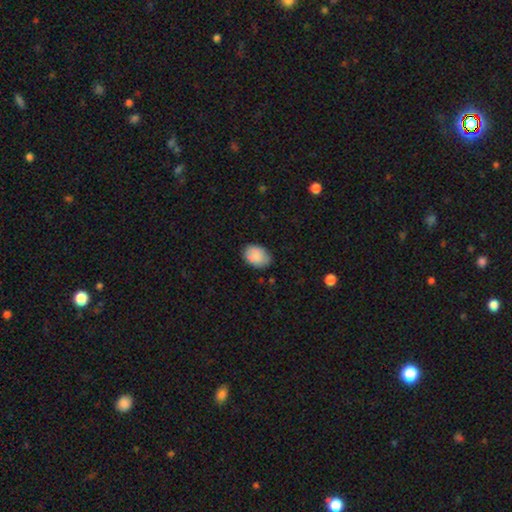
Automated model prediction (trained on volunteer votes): The model was most divided on "how rounded": in between: 78%, round: 21%, cigar-shaped: 1%. More confident: smooth or featured — smooth (85%); merging — none (79%).